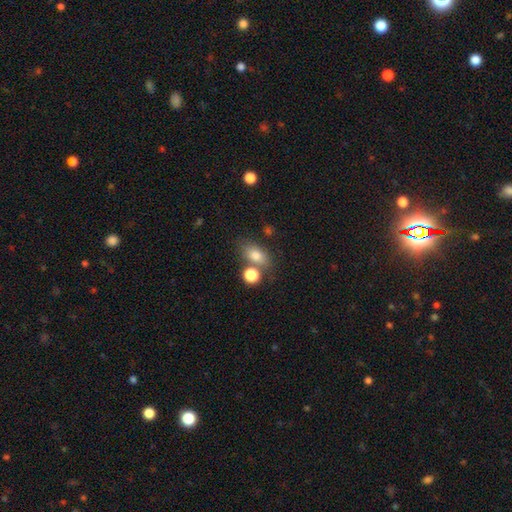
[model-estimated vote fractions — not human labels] Smooth or featured?
  - smooth: 79% *
  - star or artifact: 11%
  - featured or disk: 10%
How rounded?
  - in between: 78% *
  - round: 18%
  - cigar-shaped: 3%
Merging?
  - none: 63% *
  - merger: 19%
  - minor disturbance: 14%
  - major disturbance: 5%